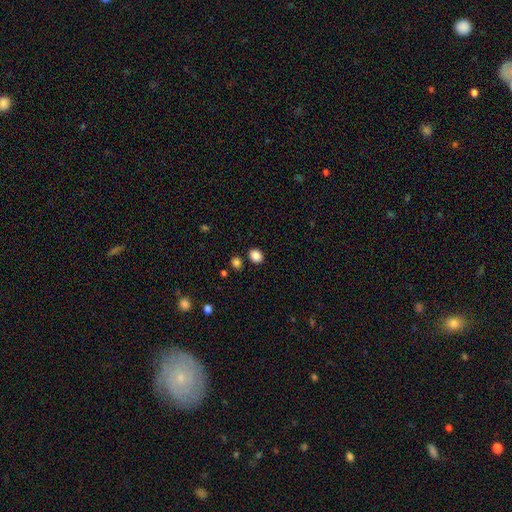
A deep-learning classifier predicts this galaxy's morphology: Smooth or featured? Predicted: smooth (p=0.86). How rounded? Predicted: round (p=0.57). Merging? Predicted: none (p=0.85).